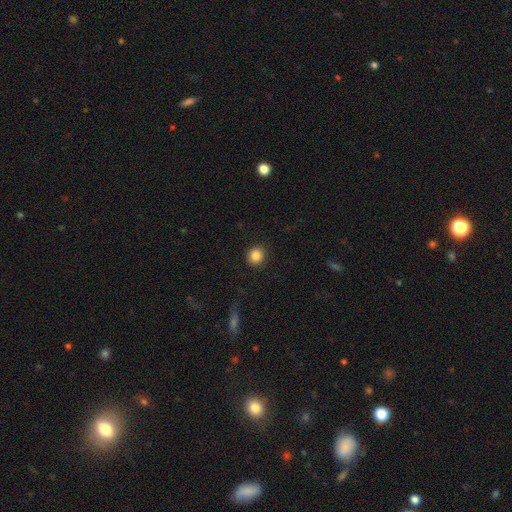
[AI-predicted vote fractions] Smooth or featured? smooth (85%)
How rounded? round (86%)
Merging? none (91%)